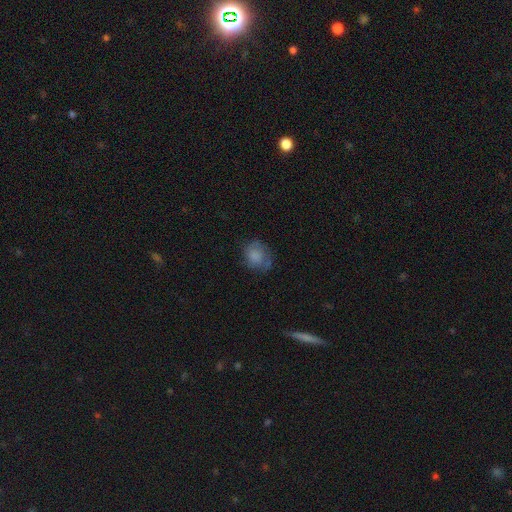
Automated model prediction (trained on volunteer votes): smooth 73%, featured or disk 17%, star or artifact 10%. Down the decision tree: how rounded — round (64%); merging — none (58%).